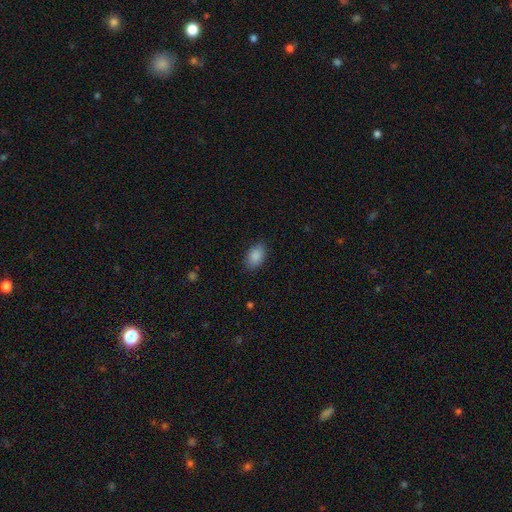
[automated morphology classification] smooth 88%, star or artifact 8%, featured or disk 4%. Down the decision tree: how rounded — in between (88%); merging — none (85%).